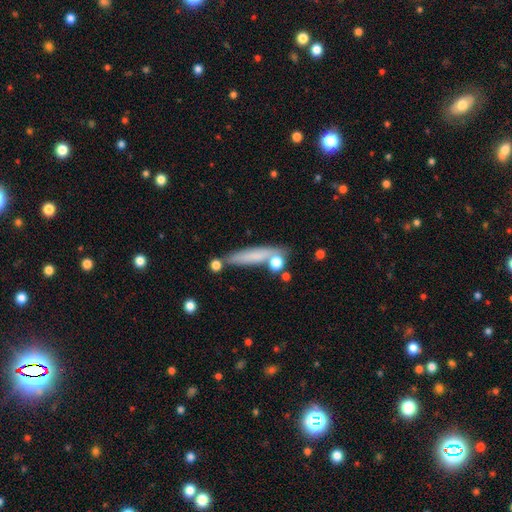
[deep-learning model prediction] smooth-or-featured: smooth: 68% | featured or disk: 23% | star or artifact: 9%
  how-rounded: cigar-shaped: 84% | in between: 13% | round: 3%
  merging: none: 71% | minor disturbance: 16% | merger: 9% | major disturbance: 5%